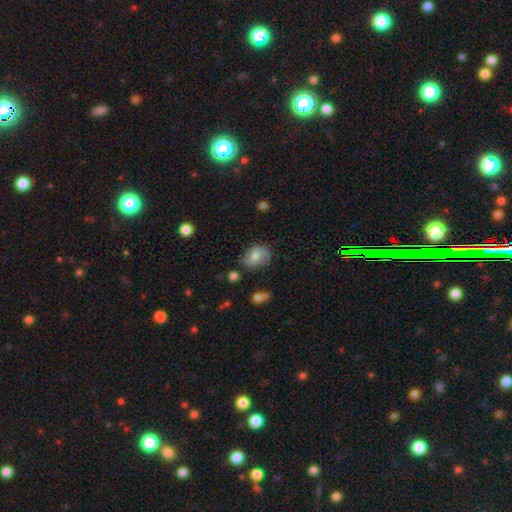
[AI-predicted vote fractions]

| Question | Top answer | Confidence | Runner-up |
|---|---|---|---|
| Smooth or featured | smooth | 71% | featured or disk (21%) |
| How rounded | in between | 72% | round (27%) |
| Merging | none | 60% | minor disturbance (28%) |